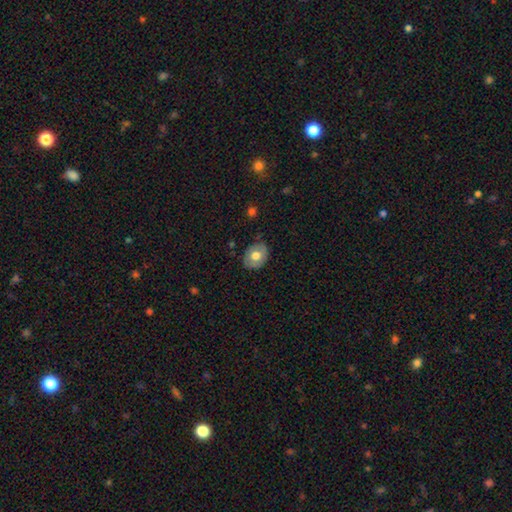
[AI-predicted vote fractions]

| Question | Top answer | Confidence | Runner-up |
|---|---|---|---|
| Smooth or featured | smooth | 64% | featured or disk (29%) |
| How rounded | in between | 54% | round (46%) |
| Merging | none | 81% | minor disturbance (15%) |